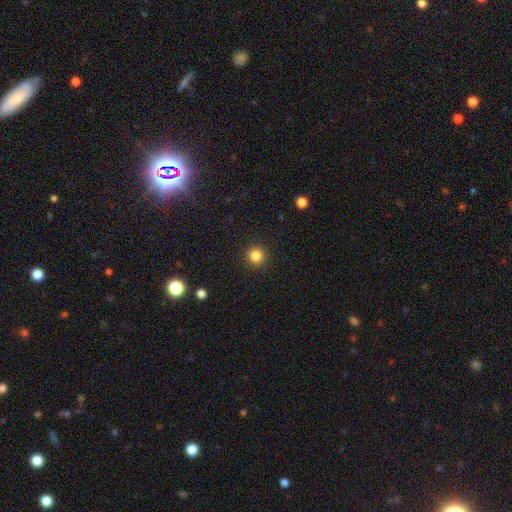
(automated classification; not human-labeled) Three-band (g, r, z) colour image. It shows a smooth galaxy with no disk features (84%) that is round (95%). Merging: none (92%).